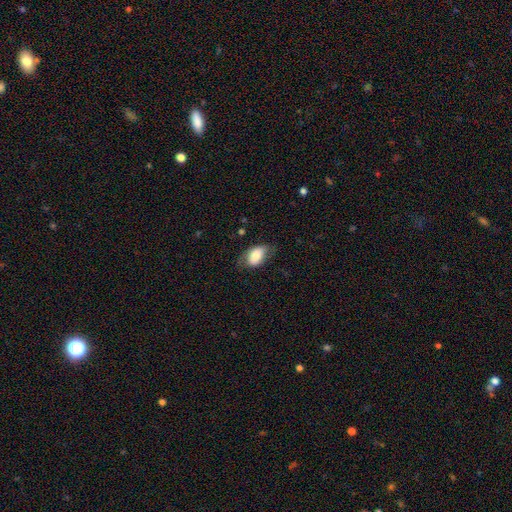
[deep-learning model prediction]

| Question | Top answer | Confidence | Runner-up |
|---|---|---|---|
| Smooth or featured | smooth | 72% | featured or disk (21%) |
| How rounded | in between | 87% | round (11%) |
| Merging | none | 60% | minor disturbance (27%) |